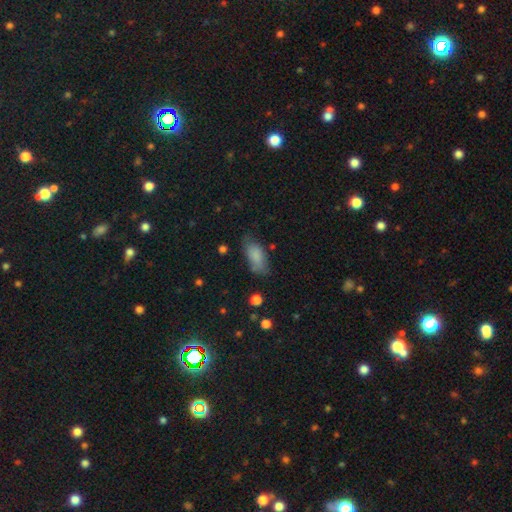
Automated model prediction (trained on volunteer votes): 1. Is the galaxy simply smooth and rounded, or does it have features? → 82% smooth, 10% featured or disk, 7% star or artifact.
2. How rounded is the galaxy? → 88% in between, 10% cigar-shaped, 2% round.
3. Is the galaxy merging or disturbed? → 63% none, 26% minor disturbance, 8% major disturbance, 3% merger.